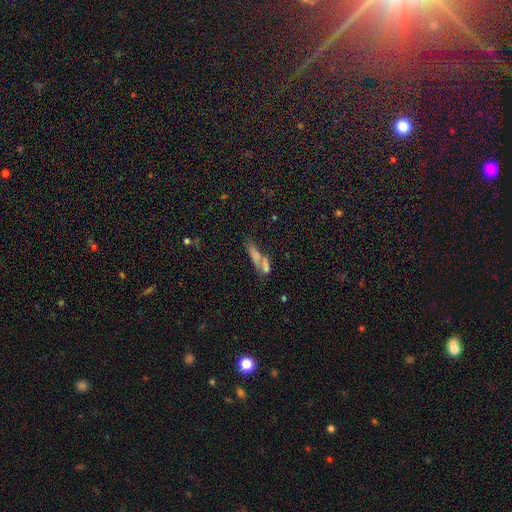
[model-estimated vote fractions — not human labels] Smooth or featured: smooth — 52% (star or artifact — 25%)
How rounded: cigar-shaped — 59% (in between — 33%)
Merging: none — 44% (merger — 33%)